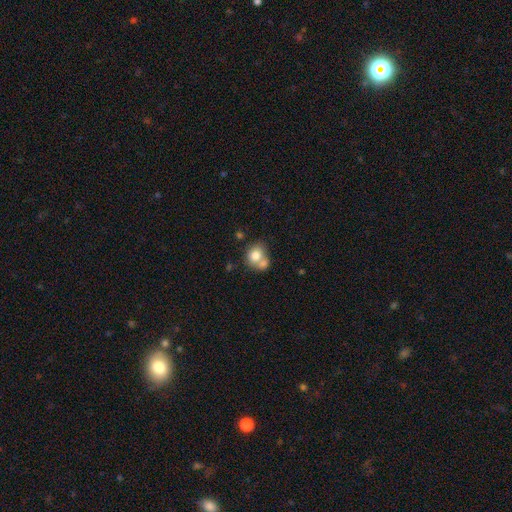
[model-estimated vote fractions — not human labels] Smooth or featured: smooth — 76% (featured or disk — 15%)
How rounded: round — 69% (in between — 30%)
Merging: merger — 49% (none — 35%)